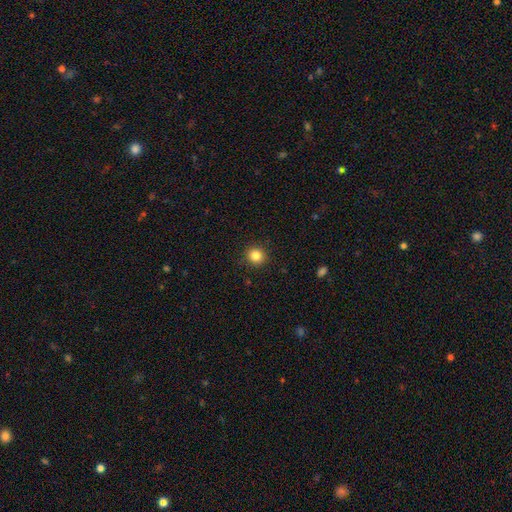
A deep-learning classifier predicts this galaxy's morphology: Overall: smooth (84%). How rounded: round (93%). Merging: none (92%).